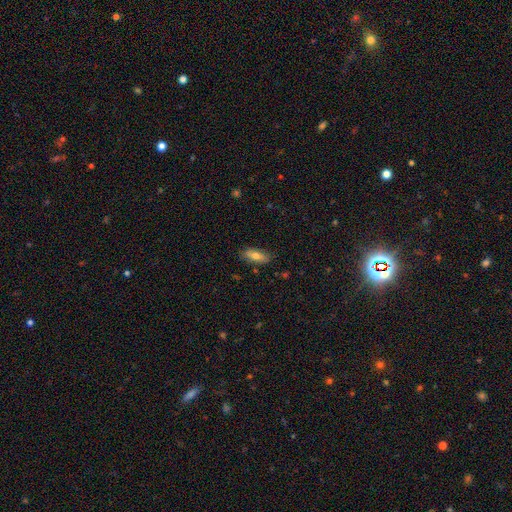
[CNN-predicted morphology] smooth-or-featured: smooth: 69% | featured or disk: 24% | star or artifact: 7%
  how-rounded: in between: 71% | cigar-shaped: 26% | round: 3%
  merging: none: 84% | minor disturbance: 13% | major disturbance: 2% | merger: 1%